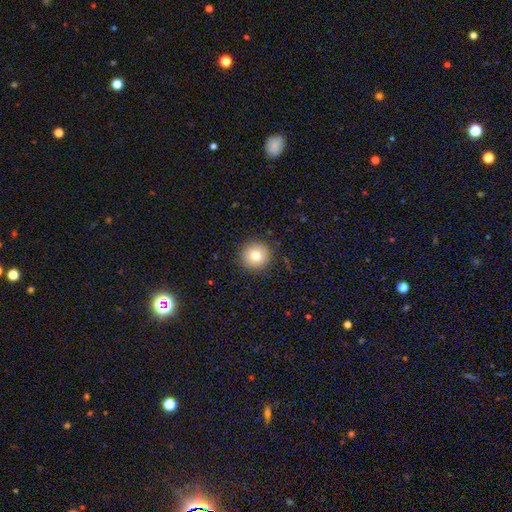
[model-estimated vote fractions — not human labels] Smooth or featured: smooth — 80% (star or artifact — 10%)
How rounded: round — 94% (in between — 5%)
Merging: none — 90% (minor disturbance — 7%)